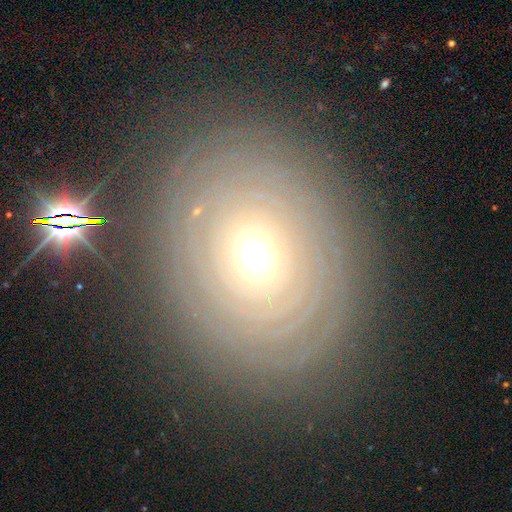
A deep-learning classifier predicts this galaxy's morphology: Q: Smooth or featured?
A: featured or disk (73%); runner-up: smooth (19%)
Q: Edge-on disk?
A: no (95%); runner-up: yes (5%)
Q: Bar?
A: no (81%); runner-up: weak (13%)
Q: Spiral arms?
A: yes (82%); runner-up: no (18%)
Q: Spiral winding?
A: tight (89%); runner-up: medium (8%)
Q: Spiral arm count?
A: can't tell (43%); runner-up: more than 4 (19%)
Q: Bulge size?
A: moderate (62%); runner-up: small (27%)
Q: Merging?
A: none (84%); runner-up: minor disturbance (10%)